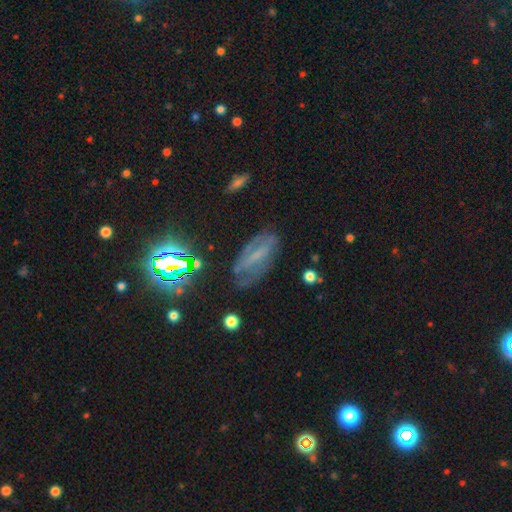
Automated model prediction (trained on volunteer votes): featured or disk 52%, smooth 25%, star or artifact 22%. Down the decision tree: edge-on disk — no (86%); merging — none (62%).